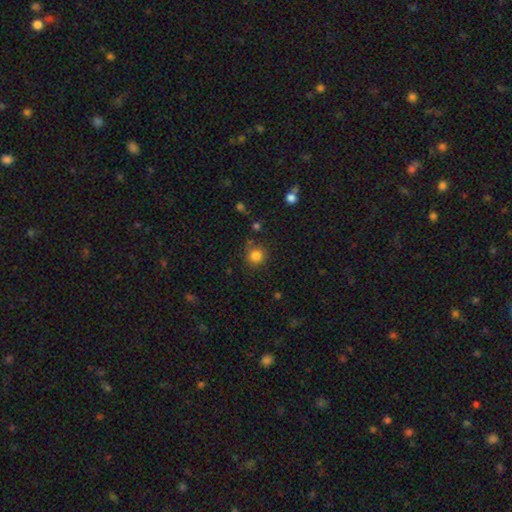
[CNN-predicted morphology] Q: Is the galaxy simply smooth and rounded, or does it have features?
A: smooth — 83%.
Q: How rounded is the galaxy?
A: round — 91%.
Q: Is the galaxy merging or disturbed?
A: none — 81%.